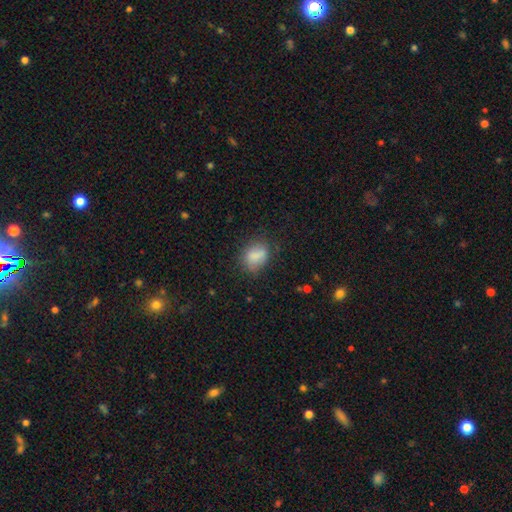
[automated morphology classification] Smooth or featured? smooth (80%)
How rounded? in between (67%)
Merging? none (62%)